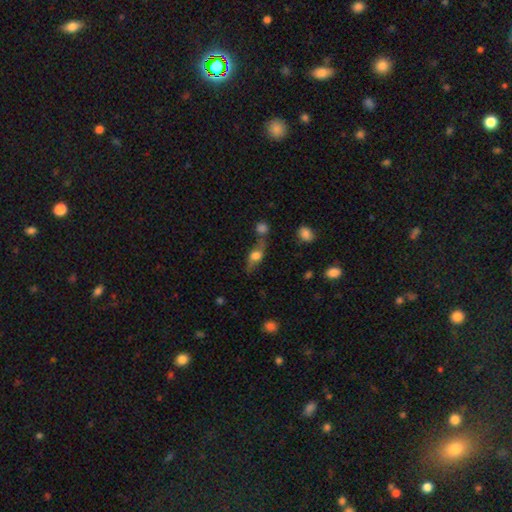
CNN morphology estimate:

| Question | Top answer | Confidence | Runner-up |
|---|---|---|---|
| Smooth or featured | smooth | 54% | featured or disk (36%) |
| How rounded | in between | 64% | cigar-shaped (22%) |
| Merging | none | 53% | merger (21%) |